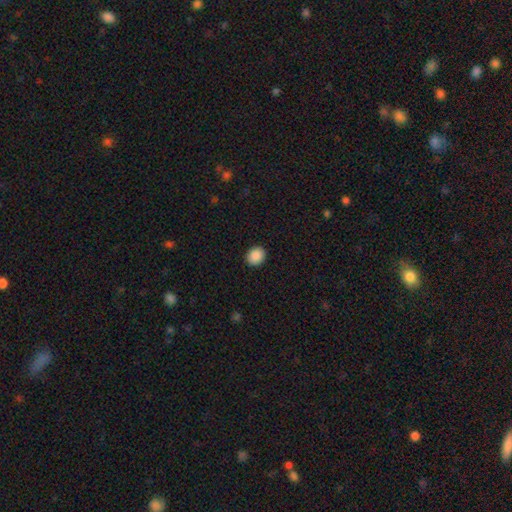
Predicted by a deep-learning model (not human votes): Q: Smooth or featured?
A: smooth (90%); runner-up: star or artifact (8%)
Q: How rounded?
A: round (53%); runner-up: in between (46%)
Q: Merging?
A: none (91%); runner-up: minor disturbance (6%)